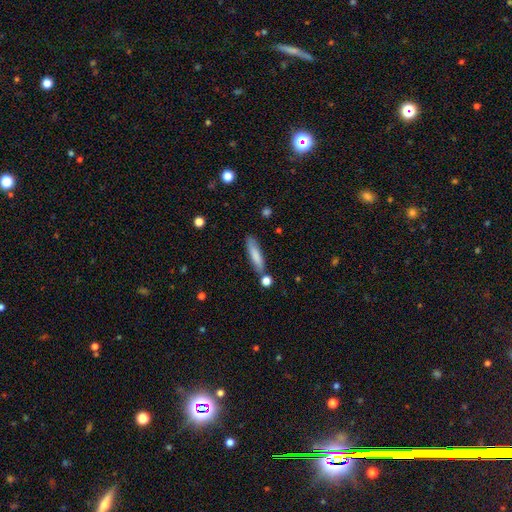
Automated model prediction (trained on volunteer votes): A smooth galaxy with no disk features (77%) that is cigar-shaped (78%). Merging: none (74%).